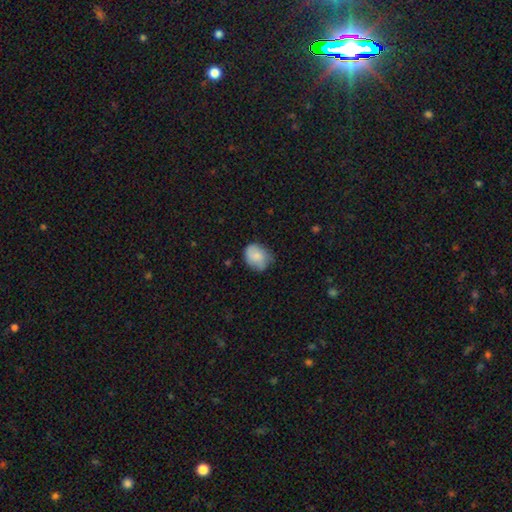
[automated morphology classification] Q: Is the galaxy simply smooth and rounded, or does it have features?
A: smooth — 81%.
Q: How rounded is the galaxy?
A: round — 54%.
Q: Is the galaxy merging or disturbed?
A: none — 59%.